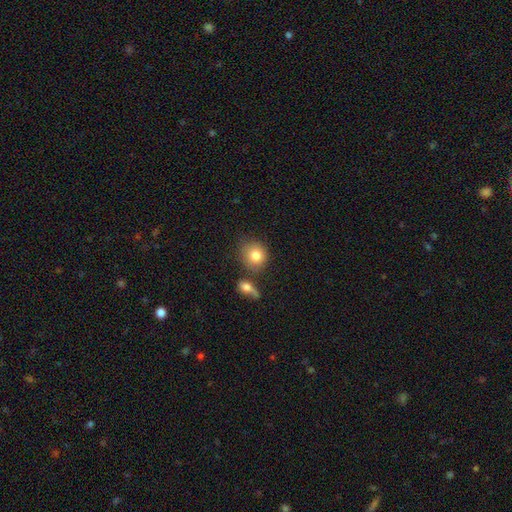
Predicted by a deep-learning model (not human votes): Smooth or featured: smooth — 81% (featured or disk — 10%)
How rounded: round — 81% (in between — 18%)
Merging: none — 62% (merger — 18%)